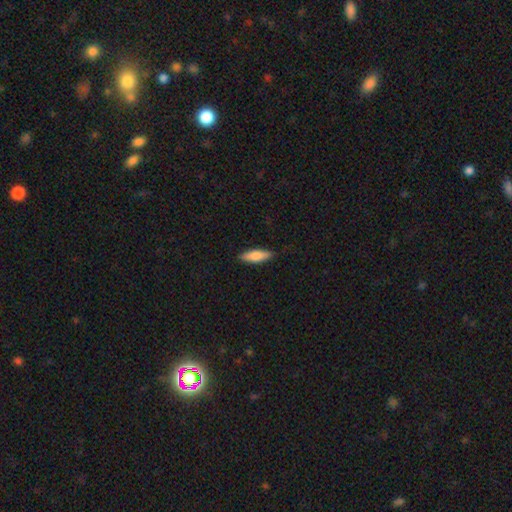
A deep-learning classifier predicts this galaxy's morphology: smooth_or_featured: smooth (p=0.74) [alt: featured or disk p=0.21]
how_rounded: cigar-shaped (p=0.50) [alt: in between p=0.48]
merging: none (p=0.86) [alt: minor disturbance p=0.11]